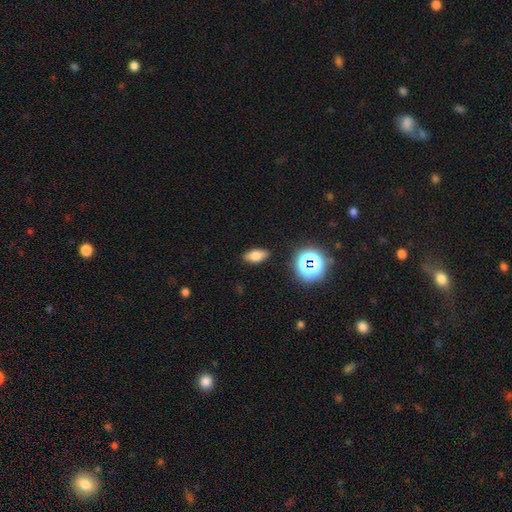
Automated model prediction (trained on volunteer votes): The model was most divided on "smooth or featured": smooth: 74%, star or artifact: 15%, featured or disk: 11%. More confident: merging — none (86%); how rounded — in between (86%).